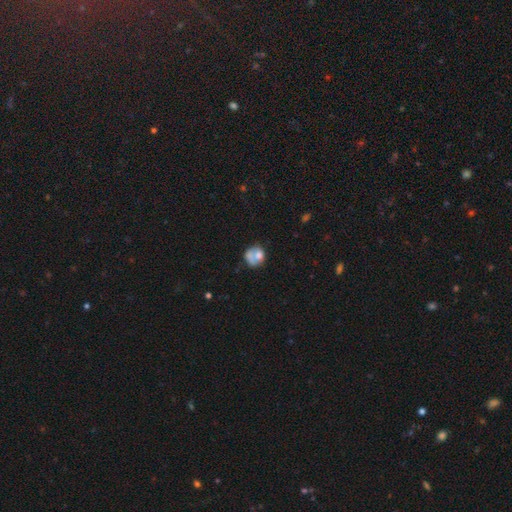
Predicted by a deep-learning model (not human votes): The model was most divided on "merging": none: 40%, merger: 23%, minor disturbance: 20%, major disturbance: 17%. More confident: how rounded — round (71%); smooth or featured — smooth (64%).